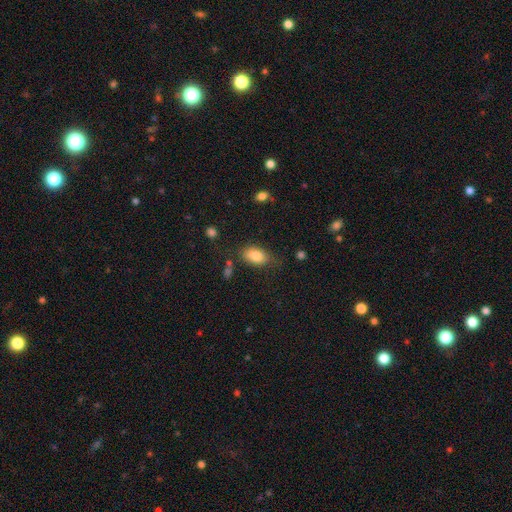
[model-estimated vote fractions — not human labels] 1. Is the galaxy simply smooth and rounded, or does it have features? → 83% smooth, 9% featured or disk, 8% star or artifact.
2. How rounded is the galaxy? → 90% in between, 8% round, 3% cigar-shaped.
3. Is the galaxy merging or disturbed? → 68% none, 21% minor disturbance, 7% major disturbance, 4% merger.